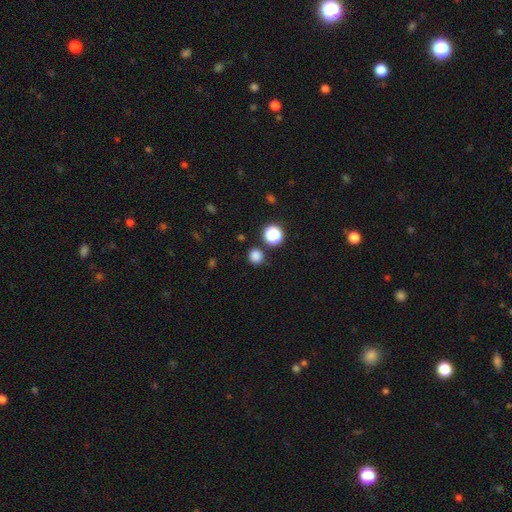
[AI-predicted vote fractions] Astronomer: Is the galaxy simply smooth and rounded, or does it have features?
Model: smooth — 81%.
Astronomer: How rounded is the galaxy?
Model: round — 90%.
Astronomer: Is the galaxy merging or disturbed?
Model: none — 85%.